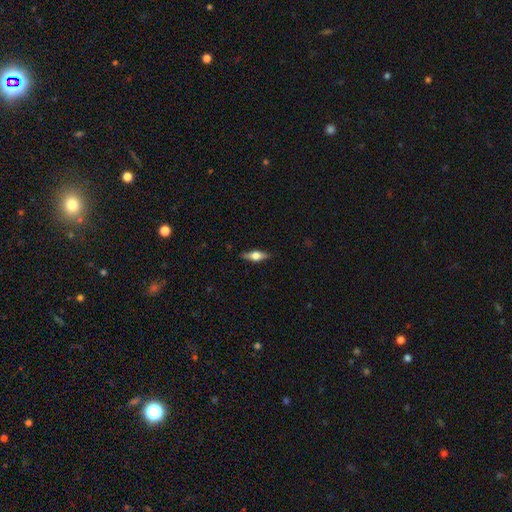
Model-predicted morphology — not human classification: Smooth or featured: featured or disk — 55% (smooth — 39%)
Edge-on disk: yes — 93% (no — 7%)
Edge-on bulge: rounded — 93% (boxy — 6%)
Merging: none — 87% (minor disturbance — 10%)